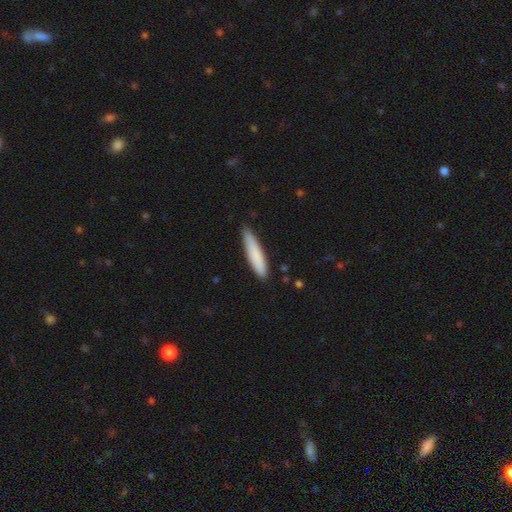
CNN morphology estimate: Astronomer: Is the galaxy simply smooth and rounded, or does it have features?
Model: smooth — 82%.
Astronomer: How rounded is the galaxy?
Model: cigar-shaped — 87%.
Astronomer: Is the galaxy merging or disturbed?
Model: none — 81%.